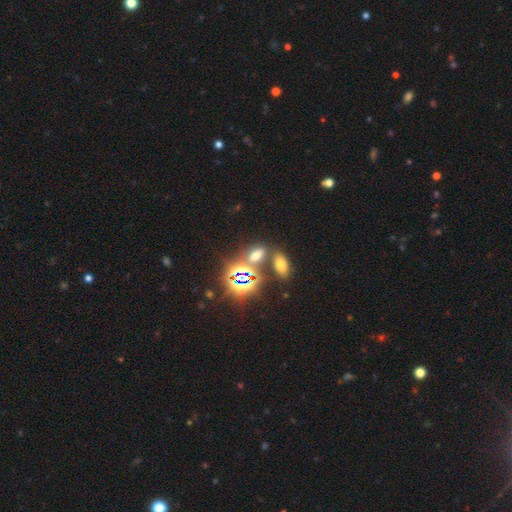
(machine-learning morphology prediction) smooth_or_featured: smooth (p=0.47) [alt: star or artifact p=0.43]
merging: none (p=0.63) [alt: merger p=0.22]